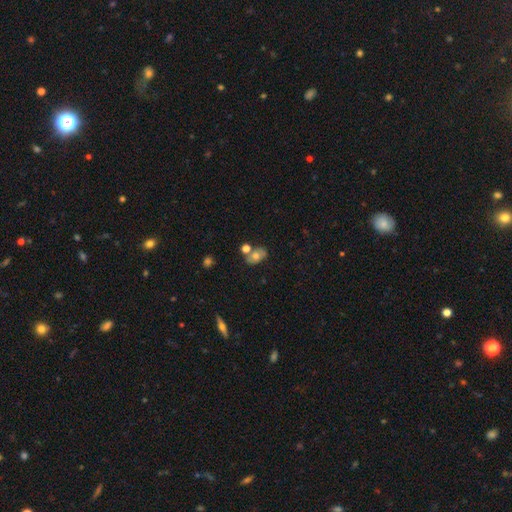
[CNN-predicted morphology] smooth-or-featured: smooth: 60% | featured or disk: 29% | star or artifact: 11%
  how-rounded: in between: 77% | round: 21% | cigar-shaped: 2%
  merging: none: 54% | merger: 25% | minor disturbance: 16% | major disturbance: 5%